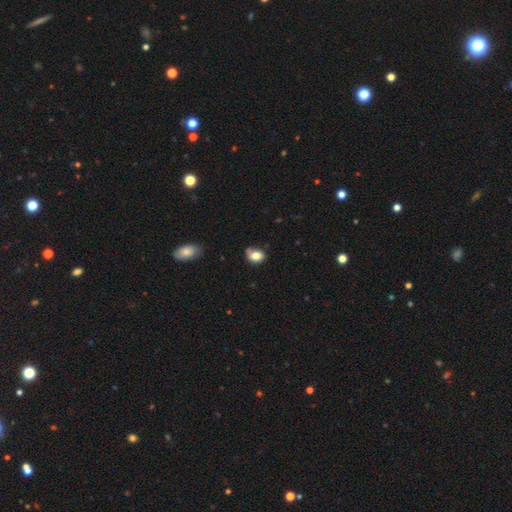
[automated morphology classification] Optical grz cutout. It shows a smooth galaxy with no disk features (79%) that is in between round and cigar-shaped (60%). Merging: none (51%).